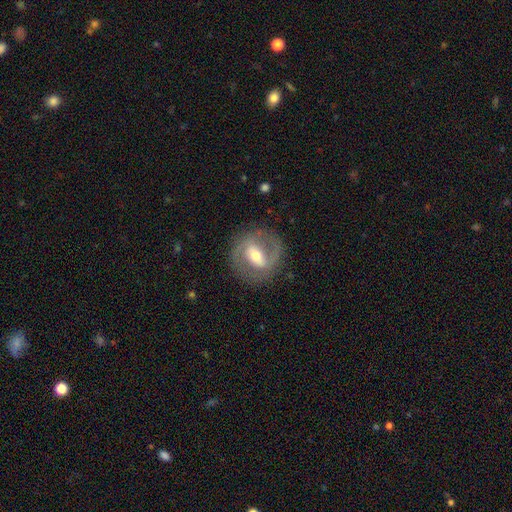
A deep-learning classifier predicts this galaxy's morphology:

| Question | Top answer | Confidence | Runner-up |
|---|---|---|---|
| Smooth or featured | featured or disk | 79% | smooth (15%) |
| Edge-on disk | no | 96% | yes (4%) |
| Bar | strong | 44% | weak (40%) |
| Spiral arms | yes | 84% | no (16%) |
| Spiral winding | medium | 51% | tight (27%) |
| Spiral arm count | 2 | 84% | can't tell (7%) |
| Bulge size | moderate | 64% | small (26%) |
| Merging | none | 80% | minor disturbance (12%) |